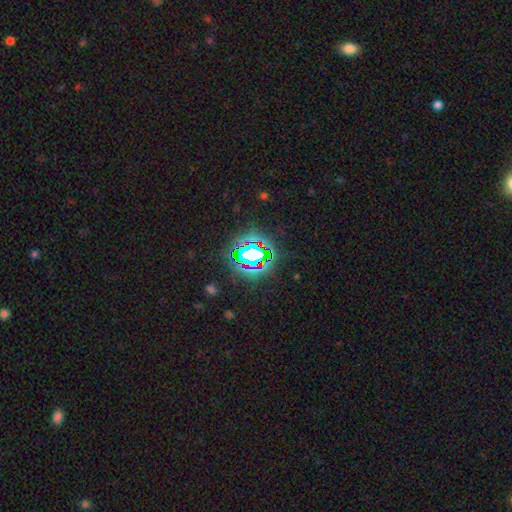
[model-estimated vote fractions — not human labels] Smooth or featured?
  - star or artifact: 82% *
  - smooth: 11%
  - featured or disk: 7%